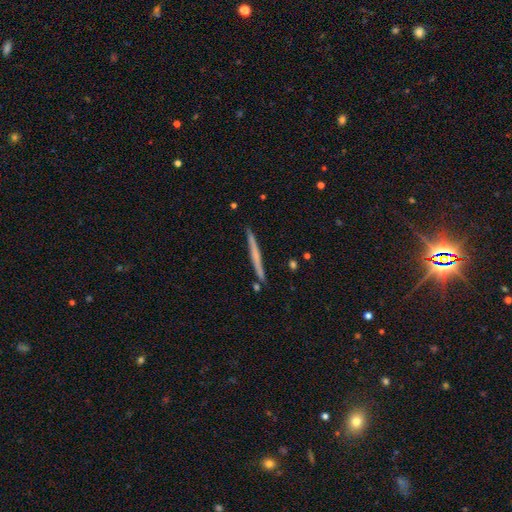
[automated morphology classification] smooth_or_featured: featured or disk (p=0.52) [alt: smooth p=0.42]
disk_edge_on: yes (p=0.97) [alt: no p=0.03]
edge_on_bulge: none (p=0.78) [alt: rounded p=0.17]
merging: none (p=0.89) [alt: minor disturbance p=0.07]